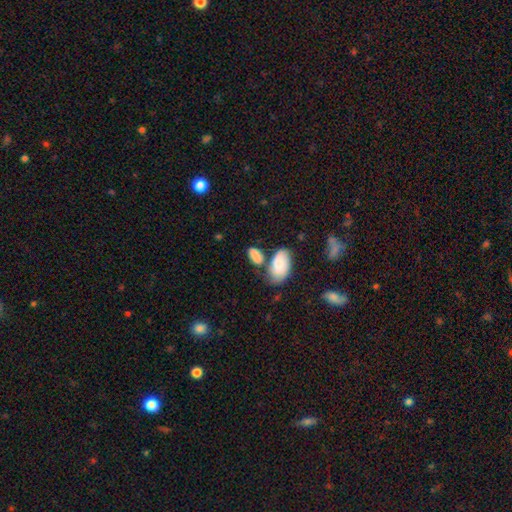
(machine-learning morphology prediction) smooth-or-featured: smooth: 81% | featured or disk: 12% | star or artifact: 8%
  how-rounded: in between: 89% | round: 6% | cigar-shaped: 5%
  merging: none: 47% | merger: 28% | minor disturbance: 19% | major disturbance: 7%